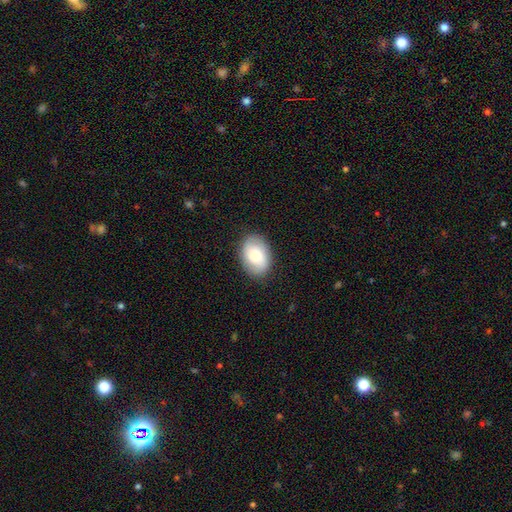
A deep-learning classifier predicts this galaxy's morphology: Overall: smooth (67%). How rounded: in between (79%). Merging: none (85%).